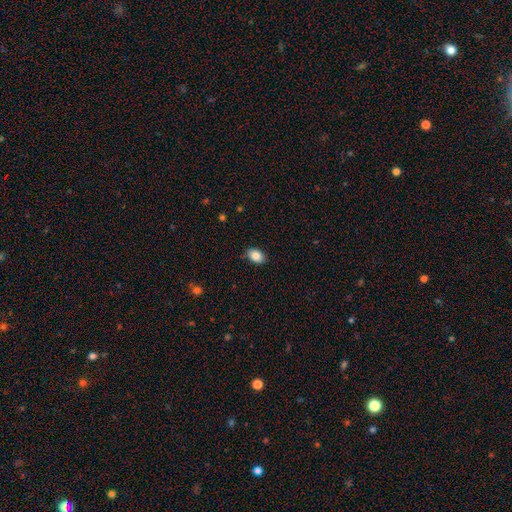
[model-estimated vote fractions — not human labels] This is clearly a smooth galaxy (85%). How rounded: clearly in between (85%). Merging: clearly none (84%).